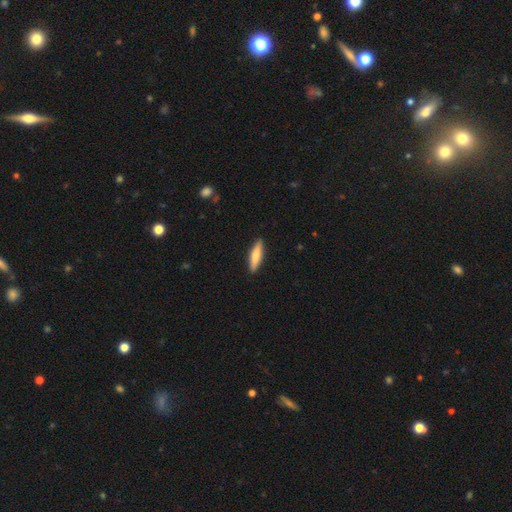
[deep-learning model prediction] Overall: smooth (73%). How rounded: cigar-shaped (73%). Merging: none (90%).